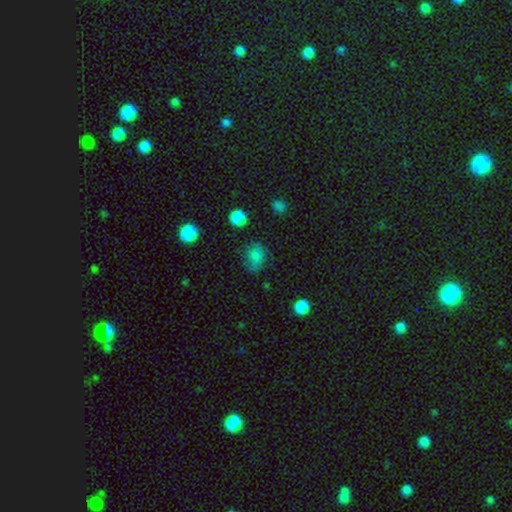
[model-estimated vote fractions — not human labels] Overall: smooth (79%). How rounded: in between (58%; round 41%). Merging: none (59%; minor disturbance 27%).